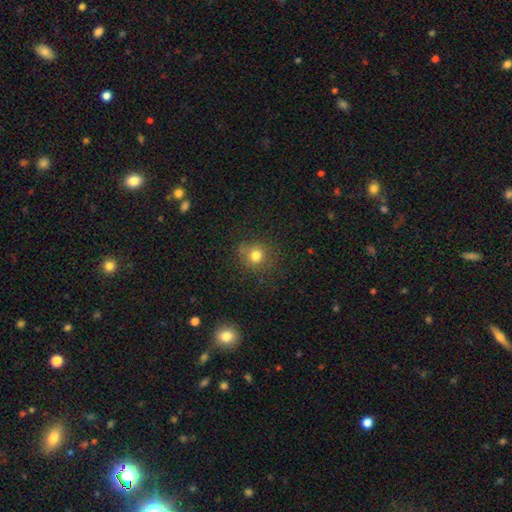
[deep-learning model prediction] Q: Smooth or featured?
A: smooth (78%); runner-up: star or artifact (15%)
Q: How rounded?
A: round (88%); runner-up: in between (11%)
Q: Merging?
A: none (78%); runner-up: minor disturbance (14%)